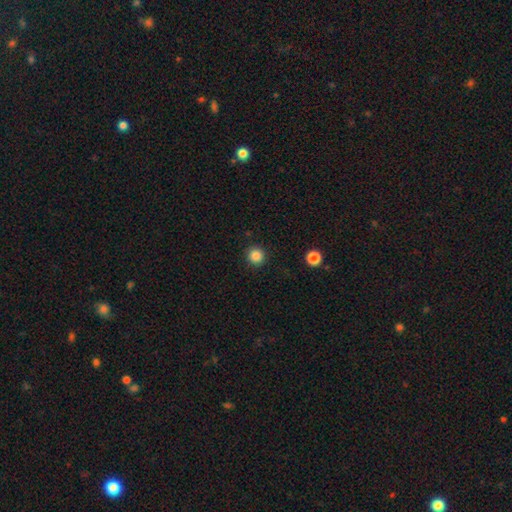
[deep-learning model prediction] Morphology: type=smooth (86%); roundness=round (95%); merging=none (92%).